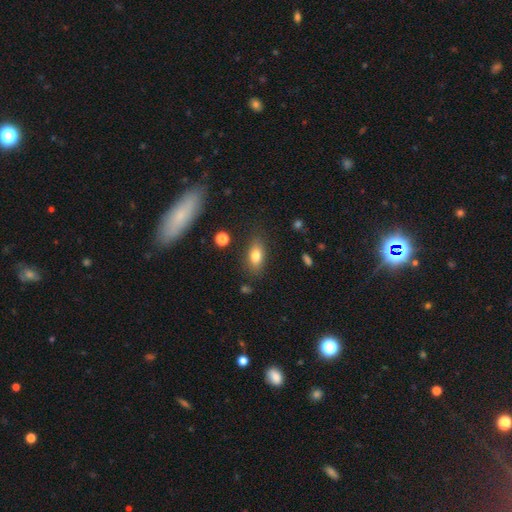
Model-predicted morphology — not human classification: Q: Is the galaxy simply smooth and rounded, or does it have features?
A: smooth — 78%.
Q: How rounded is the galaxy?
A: in between — 81%.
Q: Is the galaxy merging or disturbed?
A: none — 80%.